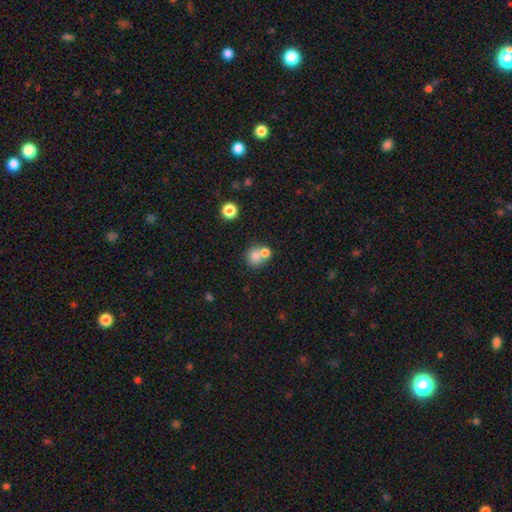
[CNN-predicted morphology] This is likely a smooth galaxy (76%). How rounded: likely round (78%). Merging: possibly merger (48%).